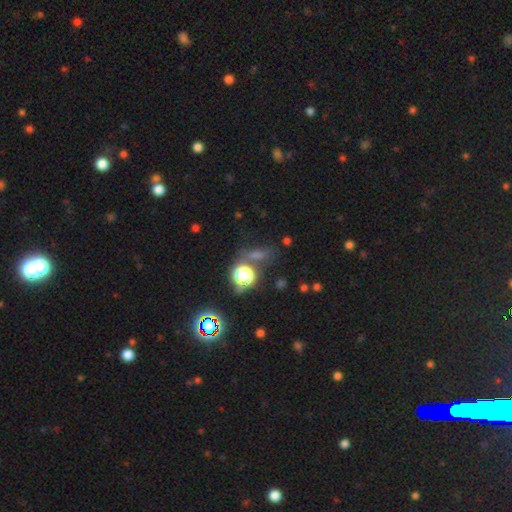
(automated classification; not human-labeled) A star or artifact, not a galaxy (52%).

Vote fractions:
- Smooth or featured? star or artifact: 52% / smooth: 38% / featured or disk: 10%